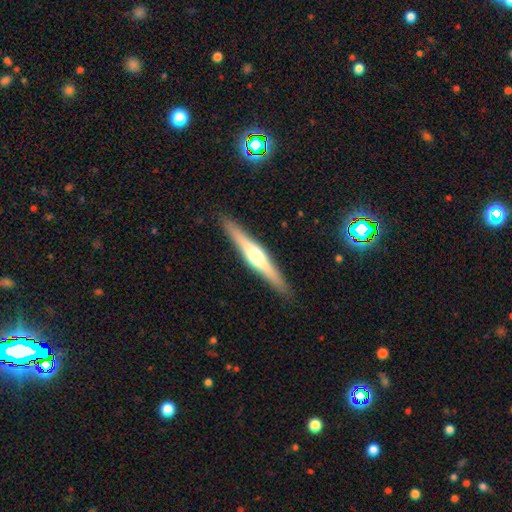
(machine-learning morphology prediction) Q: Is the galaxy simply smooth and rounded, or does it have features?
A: featured or disk — 66%.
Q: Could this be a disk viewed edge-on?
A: yes — 97%.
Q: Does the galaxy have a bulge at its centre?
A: rounded — 90%.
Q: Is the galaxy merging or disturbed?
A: none — 90%.